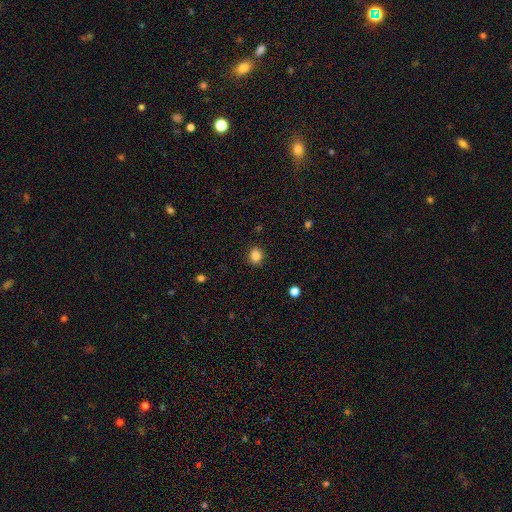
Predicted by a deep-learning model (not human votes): This is clearly a smooth galaxy (85%). How rounded: likely round (67%). Merging: clearly none (88%).